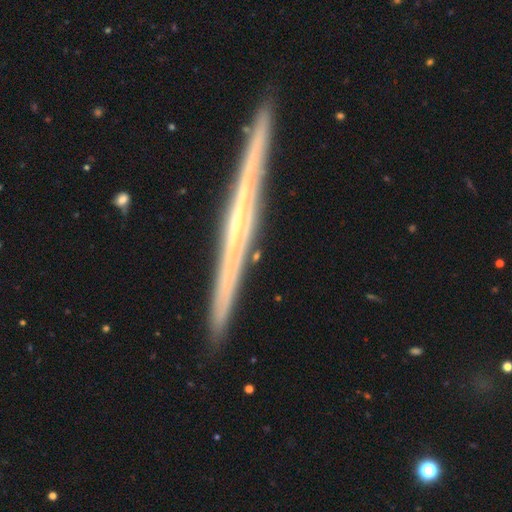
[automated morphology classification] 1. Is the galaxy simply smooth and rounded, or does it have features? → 72% featured or disk, 20% smooth, 8% star or artifact.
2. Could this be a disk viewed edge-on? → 95% yes, 5% no.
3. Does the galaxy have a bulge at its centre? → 66% none, 25% rounded, 9% boxy.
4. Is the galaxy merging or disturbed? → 86% none, 10% minor disturbance, 2% merger, 2% major disturbance.